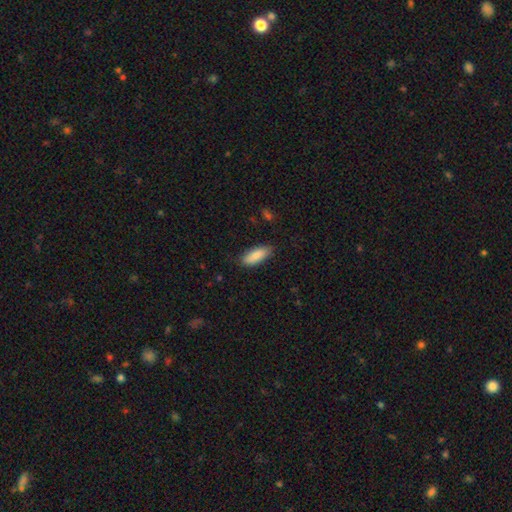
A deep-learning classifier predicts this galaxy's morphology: Smooth or featured: smooth — 87% (featured or disk — 7%)
How rounded: in between — 76% (cigar-shaped — 22%)
Merging: none — 83% (minor disturbance — 13%)